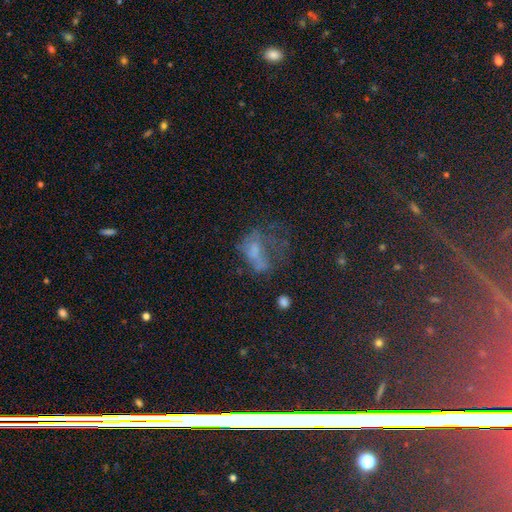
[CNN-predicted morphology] Smooth or featured? Predicted: star or artifact (p=0.45).